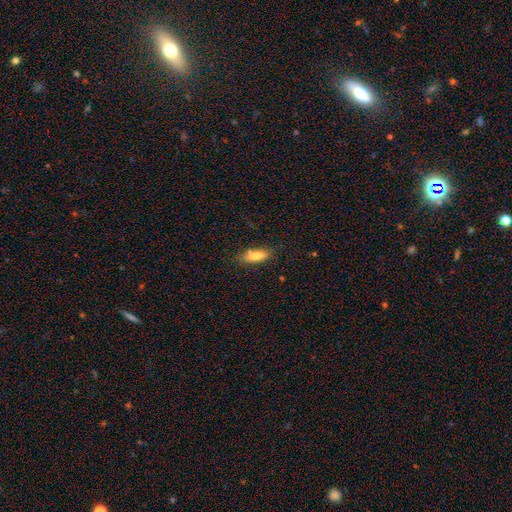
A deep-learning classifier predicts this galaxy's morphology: This is likely a smooth galaxy (80%). How rounded: likely in between (65%). Merging: likely none (78%).